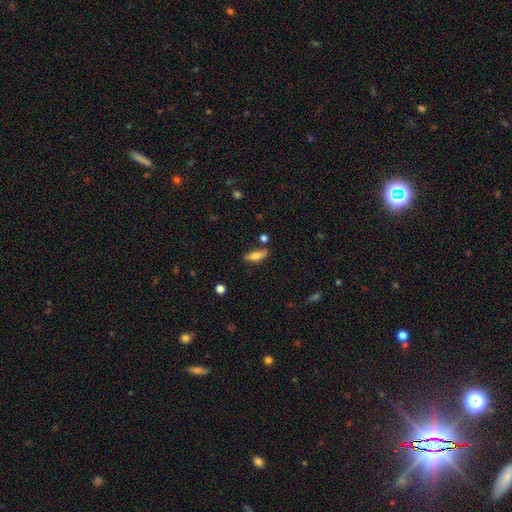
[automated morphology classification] Smooth or featured?
  - smooth: 75% *
  - featured or disk: 17%
  - star or artifact: 8%
How rounded?
  - in between: 69% *
  - cigar-shaped: 28%
  - round: 3%
Merging?
  - none: 69% *
  - minor disturbance: 18%
  - merger: 9%
  - major disturbance: 5%